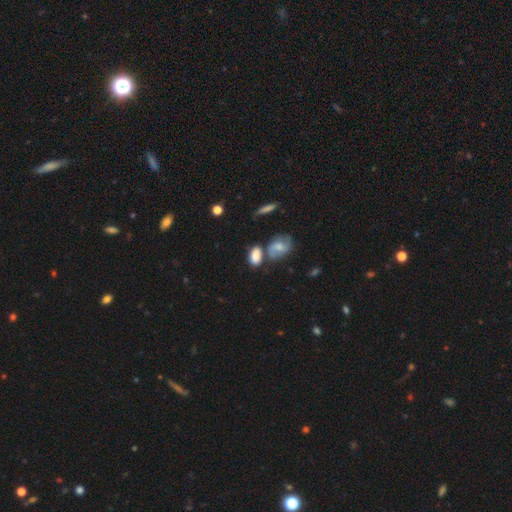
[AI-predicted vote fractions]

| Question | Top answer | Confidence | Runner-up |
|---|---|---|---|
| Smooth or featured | smooth | 76% | featured or disk (15%) |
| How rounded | in between | 86% | round (10%) |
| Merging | none | 51% | merger (23%) |